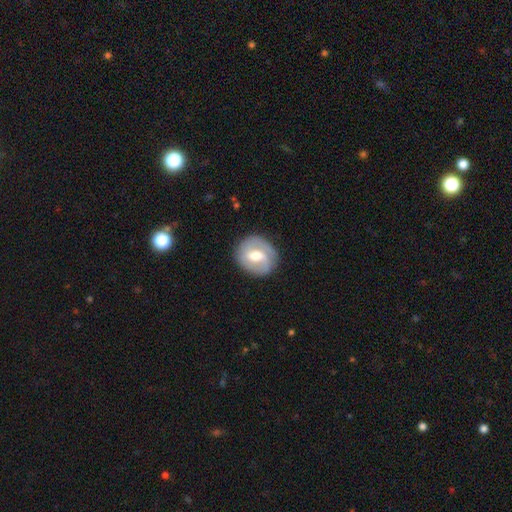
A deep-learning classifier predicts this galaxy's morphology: Smooth or featured? Predicted: featured or disk (p=0.67). Edge-on disk? Predicted: no (p=0.97). Bar? Predicted: weak (p=0.51). Spiral arms? Predicted: yes (p=0.80). Spiral winding? Predicted: tight (p=0.41, tied with medium). Spiral arm count? Predicted: 2 (p=0.73). Bulge size? Predicted: moderate (p=0.72). Merging? Predicted: none (p=0.82).